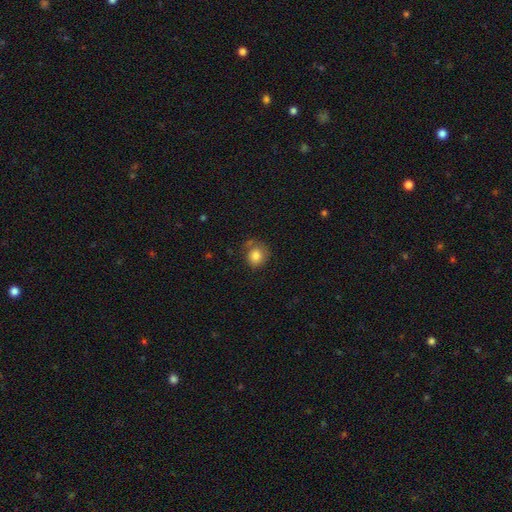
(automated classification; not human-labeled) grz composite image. It shows a smooth galaxy with no disk features (82%) that is round (74%). Merging: none (64%).